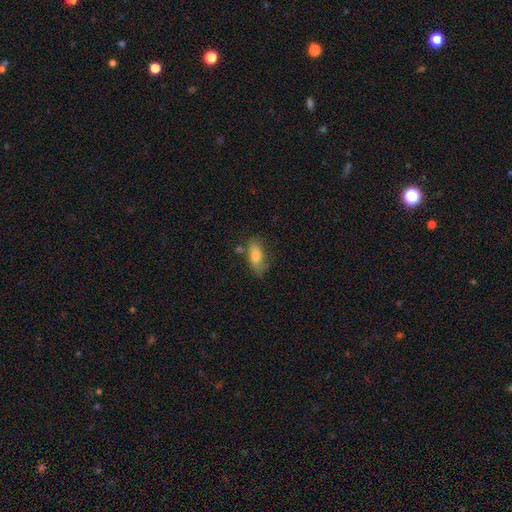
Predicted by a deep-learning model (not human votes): Morphology: type=smooth (72%); roundness=in between (81%); merging=none (59%).